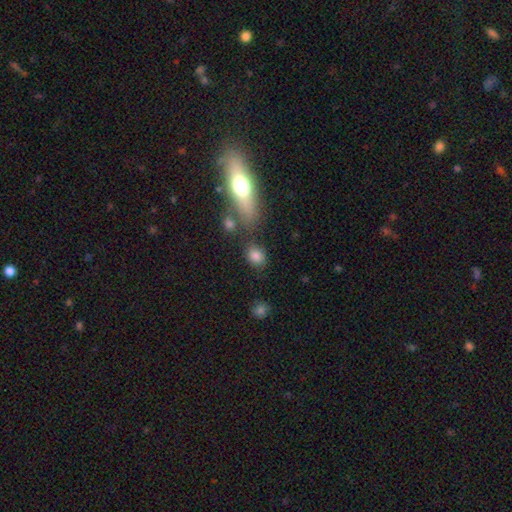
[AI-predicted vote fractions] The model was most divided on "how rounded": round: 55%, in between: 42%, cigar-shaped: 2%. More confident: smooth or featured — smooth (81%); merging — none (70%).